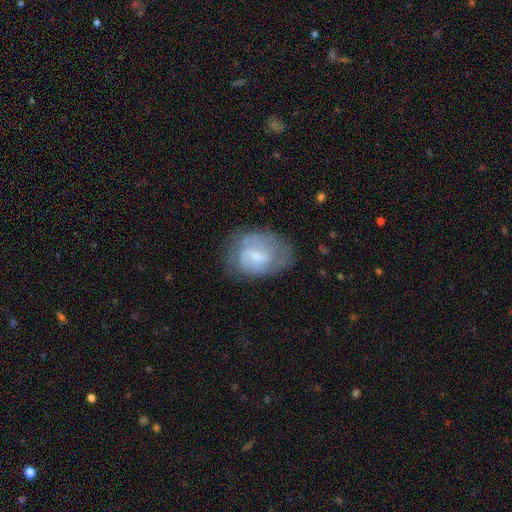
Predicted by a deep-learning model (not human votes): The model was most divided on "bulge size": small: 44%, moderate: 33%, none: 18%, large: 4%, dominant: 1%. More confident: edge-on disk — no (96%); spiral arms — yes (70%); bar — weak (57%); smooth or featured — featured or disk (57%); merging — none (56%).